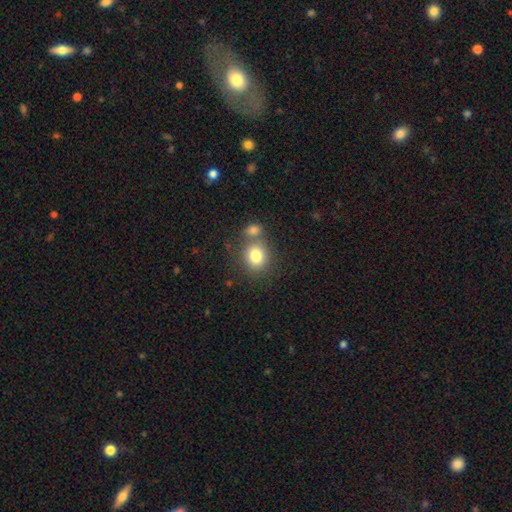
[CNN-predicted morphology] Smooth or featured? smooth (80%)
How rounded? round (72%)
Merging? none (57%)